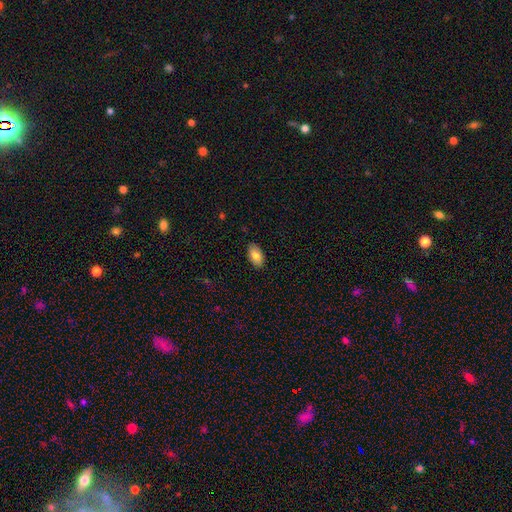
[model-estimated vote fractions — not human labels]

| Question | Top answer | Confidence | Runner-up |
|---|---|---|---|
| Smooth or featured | smooth | 82% | featured or disk (12%) |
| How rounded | in between | 94% | round (4%) |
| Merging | none | 88% | minor disturbance (9%) |